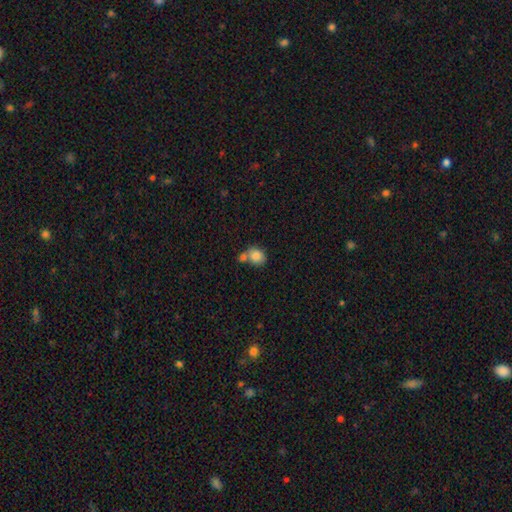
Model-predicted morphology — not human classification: Q: Smooth or featured?
A: smooth (82%); runner-up: star or artifact (9%)
Q: How rounded?
A: round (67%); runner-up: in between (32%)
Q: Merging?
A: none (43%); runner-up: merger (41%)